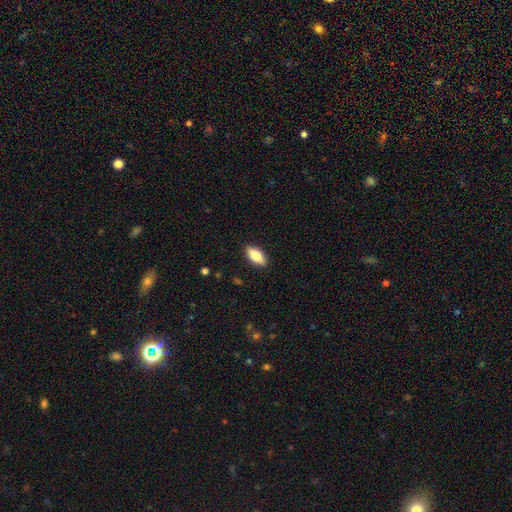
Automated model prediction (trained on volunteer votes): Smooth or featured? smooth (77%)
How rounded? in between (85%)
Merging? none (89%)